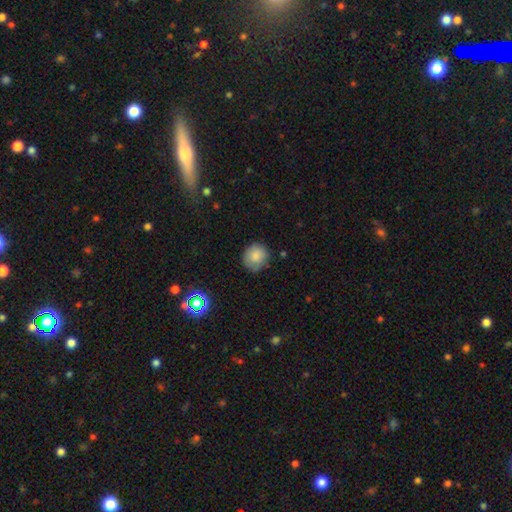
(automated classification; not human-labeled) A smooth galaxy with no disk features (83%) that is round (86%).

Vote fractions:
- Smooth or featured? smooth: 83% / star or artifact: 9% / featured or disk: 8%
- How rounded? round: 86% / in between: 13% / cigar-shaped: 1%
- Merging? none: 77% / minor disturbance: 18% / major disturbance: 4% / merger: 2%